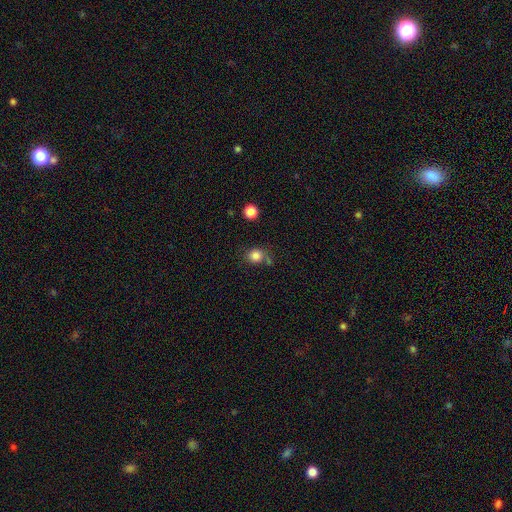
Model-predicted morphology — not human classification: Overall: smooth (83%). How rounded: round (82%). Merging: none (66%).